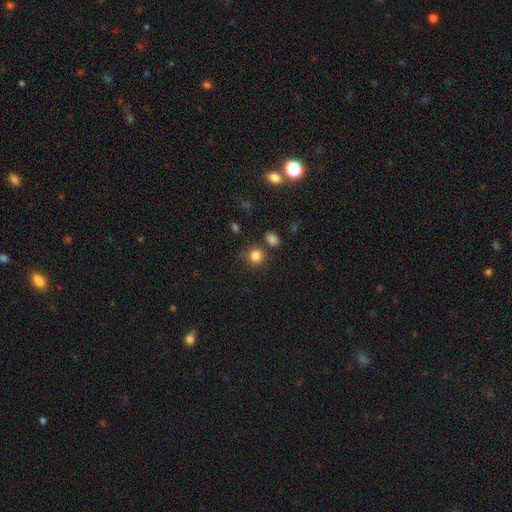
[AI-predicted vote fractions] Smooth or featured?
  - smooth: 82% *
  - star or artifact: 12%
  - featured or disk: 5%
How rounded?
  - round: 85% *
  - in between: 14%
  - cigar-shaped: 1%
Merging?
  - none: 72% *
  - minor disturbance: 14%
  - merger: 9%
  - major disturbance: 5%